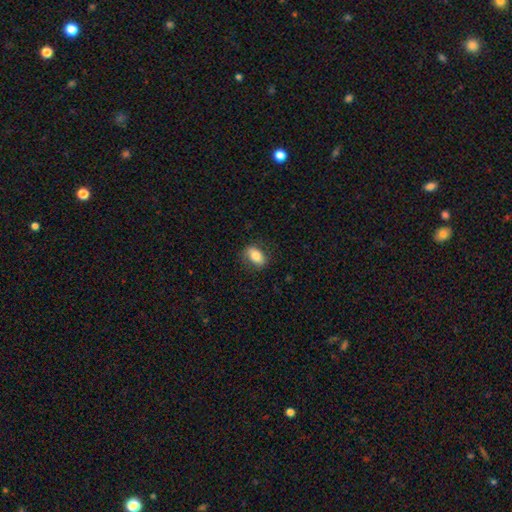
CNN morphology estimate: type=smooth (77%); roundness=in between (85%); merging=none (80%).